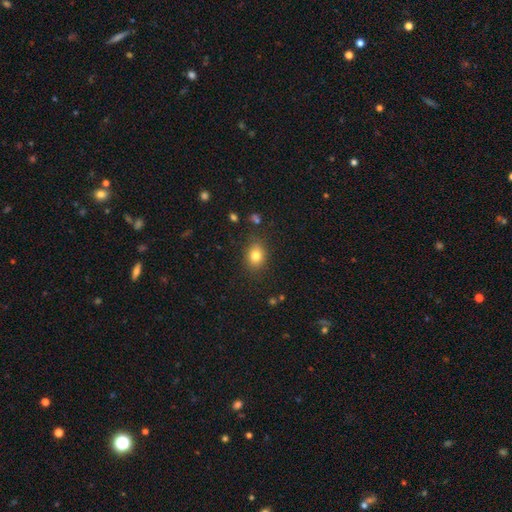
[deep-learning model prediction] Smooth or featured?
  - smooth: 81% *
  - star or artifact: 11%
  - featured or disk: 8%
How rounded?
  - in between: 56% *
  - round: 43%
  - cigar-shaped: 1%
Merging?
  - none: 84% *
  - minor disturbance: 11%
  - major disturbance: 3%
  - merger: 2%